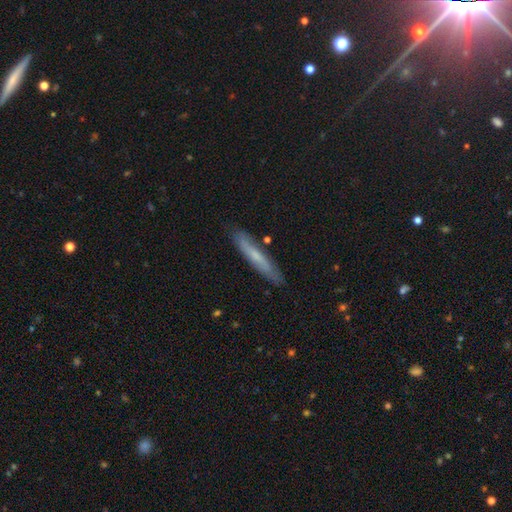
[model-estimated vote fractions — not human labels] Smooth or featured?
  - smooth: 55% *
  - featured or disk: 39%
  - star or artifact: 6%
How rounded?
  - cigar-shaped: 94% *
  - in between: 5%
  - round: 1%
Merging?
  - none: 85% *
  - minor disturbance: 11%
  - merger: 2%
  - major disturbance: 2%